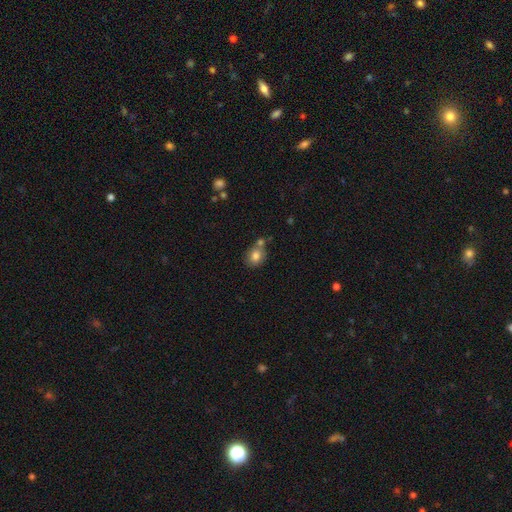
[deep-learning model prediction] Q: Smooth or featured?
A: smooth (80%); runner-up: star or artifact (10%)
Q: How rounded?
A: round (63%); runner-up: in between (36%)
Q: Merging?
A: none (57%); runner-up: merger (25%)